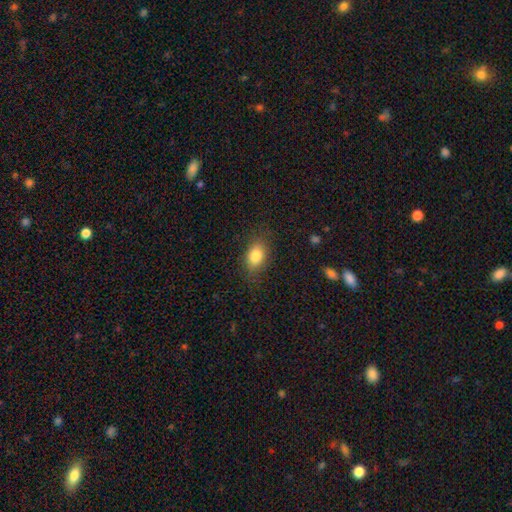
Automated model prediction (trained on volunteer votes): Q: Smooth or featured?
A: smooth (82%); runner-up: featured or disk (9%)
Q: How rounded?
A: in between (83%); runner-up: round (14%)
Q: Merging?
A: none (81%); runner-up: minor disturbance (13%)